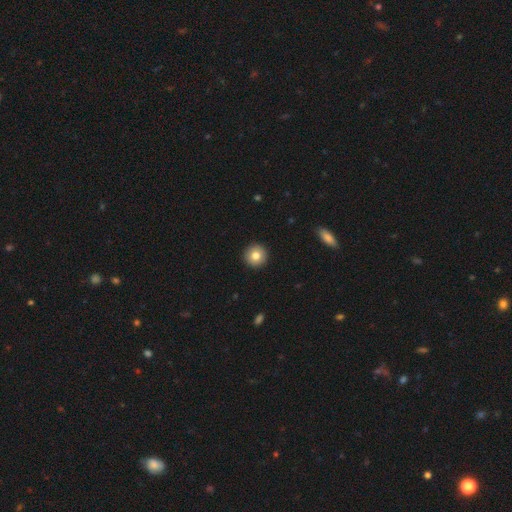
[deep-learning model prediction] smooth_or_featured: smooth (p=0.81) [alt: featured or disk p=0.10]
how_rounded: round (p=0.95) [alt: in between p=0.04]
merging: none (p=0.93) [alt: minor disturbance p=0.04]